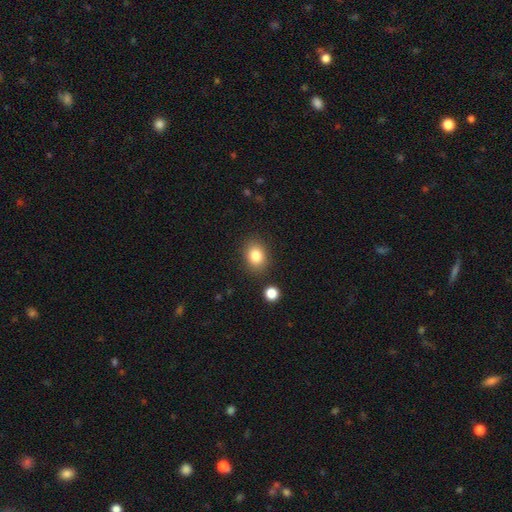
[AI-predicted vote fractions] Smooth or featured? Predicted: smooth (p=0.83). How rounded? Predicted: in between (p=0.53). Merging? Predicted: none (p=0.84).